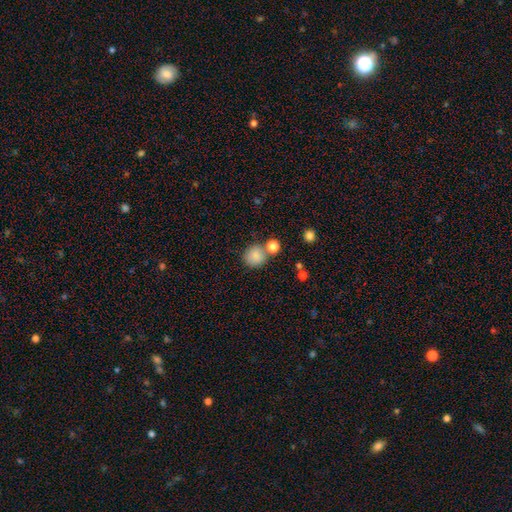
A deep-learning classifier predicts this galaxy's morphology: Smooth or featured? Predicted: smooth (p=0.84). How rounded? Predicted: round (p=0.86). Merging? Predicted: none (p=0.67).